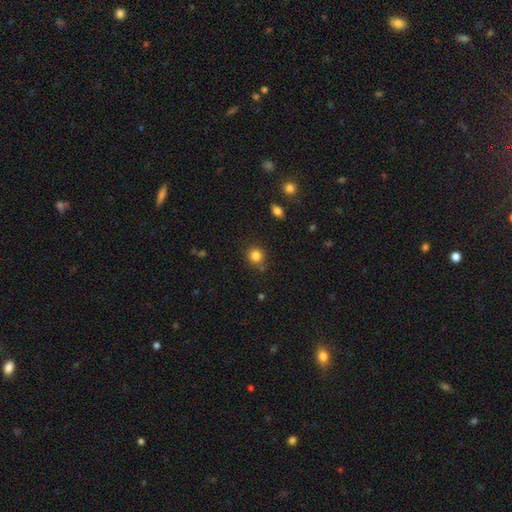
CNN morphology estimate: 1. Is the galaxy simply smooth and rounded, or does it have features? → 84% smooth, 12% star or artifact, 5% featured or disk.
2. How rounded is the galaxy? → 88% round, 11% in between, 1% cigar-shaped.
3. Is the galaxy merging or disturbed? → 80% none, 12% minor disturbance, 4% merger, 3% major disturbance.